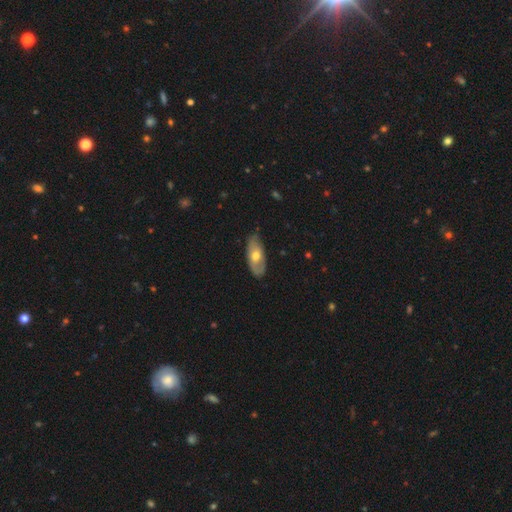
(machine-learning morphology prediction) The model was most divided on "smooth or featured": smooth: 52%, featured or disk: 43%, star or artifact: 5%. More confident: how rounded — in between (87%); merging — none (76%).